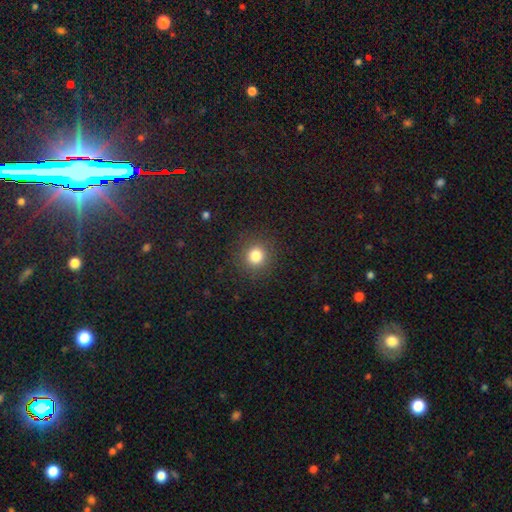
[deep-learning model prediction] A smooth galaxy with no disk features (81%) that is round (92%). Merging: none (90%).